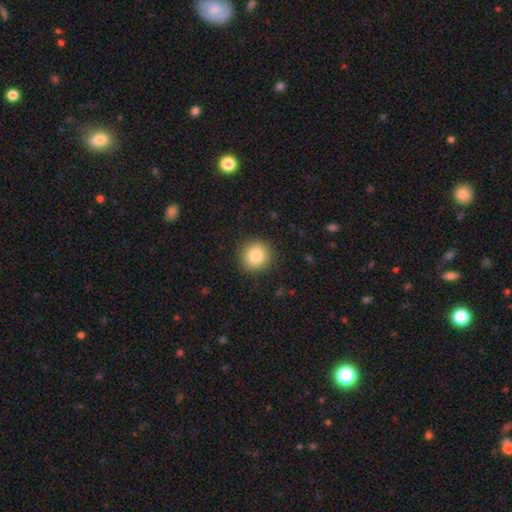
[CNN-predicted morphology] Smooth or featured: smooth — 85% (star or artifact — 9%)
How rounded: round — 92% (in between — 7%)
Merging: none — 90% (minor disturbance — 7%)